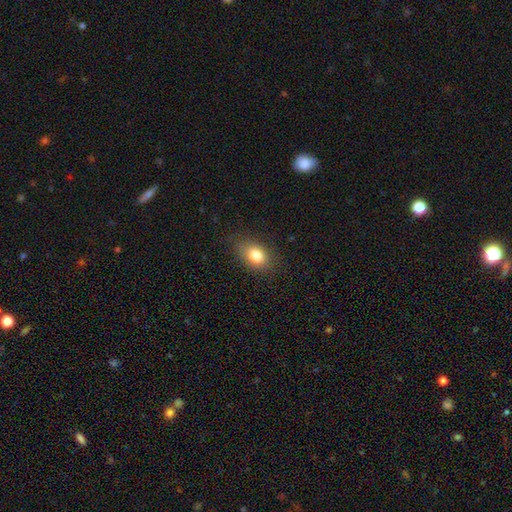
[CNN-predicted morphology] A smooth galaxy with no disk features (80%) that is in between round and cigar-shaped (79%).

Vote fractions:
- Smooth or featured? smooth: 80% / featured or disk: 10% / star or artifact: 10%
- How rounded? in between: 79% / round: 19% / cigar-shaped: 2%
- Merging? none: 83% / minor disturbance: 13% / major disturbance: 4% / merger: 1%